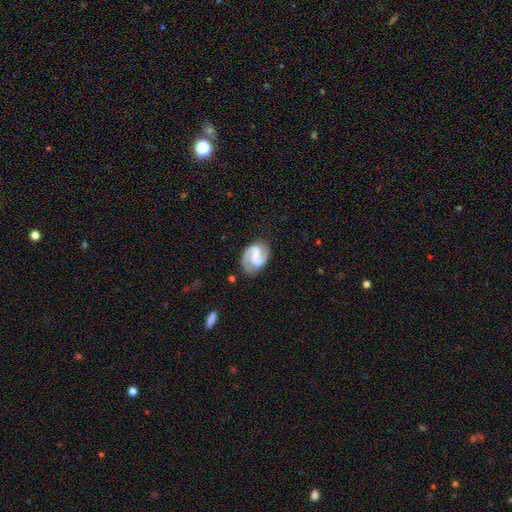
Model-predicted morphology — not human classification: This appears to be a featured or disk galaxy (89%) with a weak bar (48%), 2 (92%) medium (55%) spiral arms (98%) and a small central bulge (38%). Merging: none (79%).